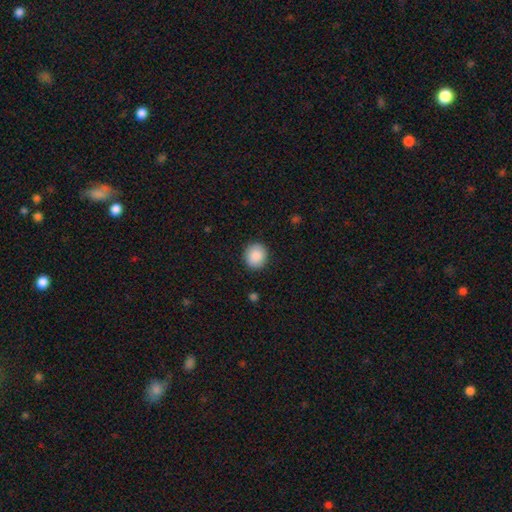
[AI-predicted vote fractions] Smooth or featured? Predicted: smooth (p=0.89). How rounded? Predicted: round (p=0.80). Merging? Predicted: none (p=0.90).